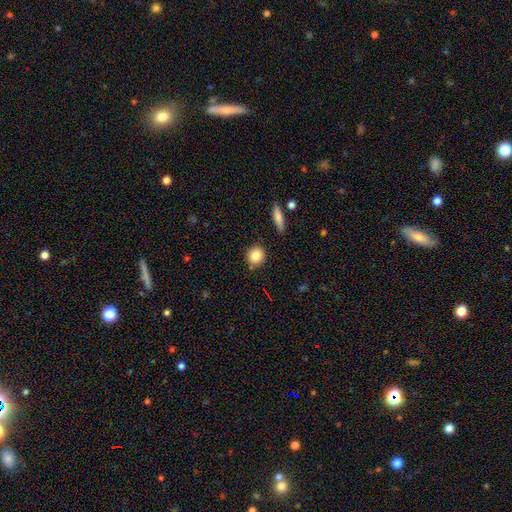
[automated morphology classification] A smooth galaxy with no disk features (82%) that is round (86%).

Vote fractions:
- Smooth or featured? smooth: 82% / star or artifact: 9% / featured or disk: 9%
- How rounded? round: 86% / in between: 12% / cigar-shaped: 2%
- Merging? none: 85% / minor disturbance: 9% / merger: 4% / major disturbance: 2%